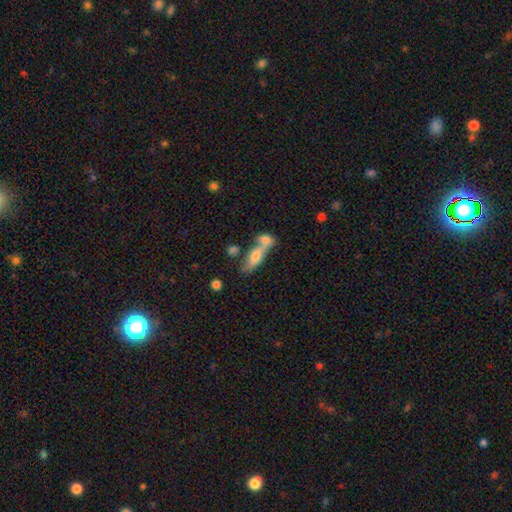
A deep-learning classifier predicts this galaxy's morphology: Overall: smooth (66%). How rounded: in between (58%; cigar-shaped 37%). Merging: merger (56%; none 30%).